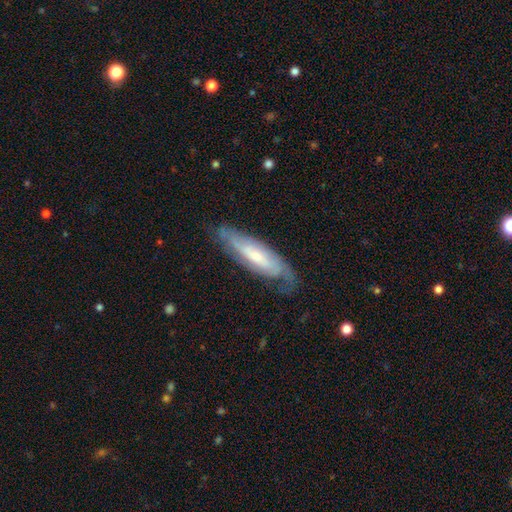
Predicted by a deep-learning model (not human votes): smooth-or-featured: featured or disk: 68% | smooth: 27% | star or artifact: 6%
  disk-edge-on: no: 71% | yes: 29%
  merging: none: 66% | minor disturbance: 23% | major disturbance: 10% | merger: 1%